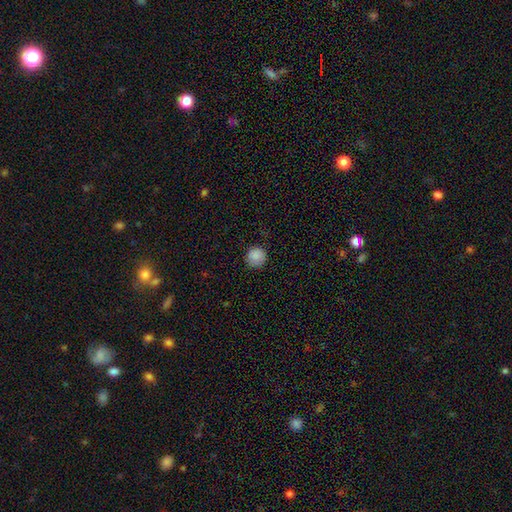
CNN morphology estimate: Overall: smooth (87%). How rounded: round (92%). Merging: none (82%).